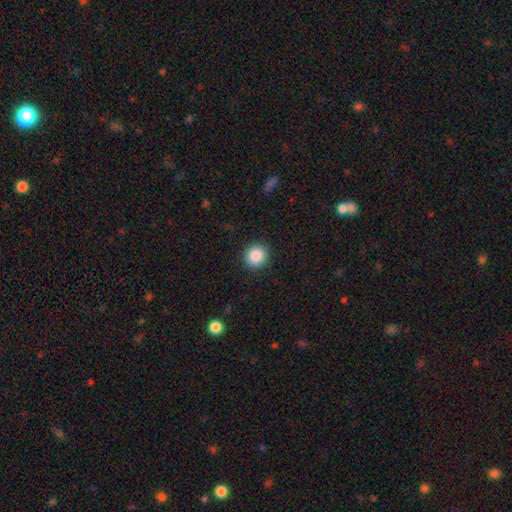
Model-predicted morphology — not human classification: This appears to be a smooth galaxy with no disk features (87%) that is round (92%). Merging: none (91%).